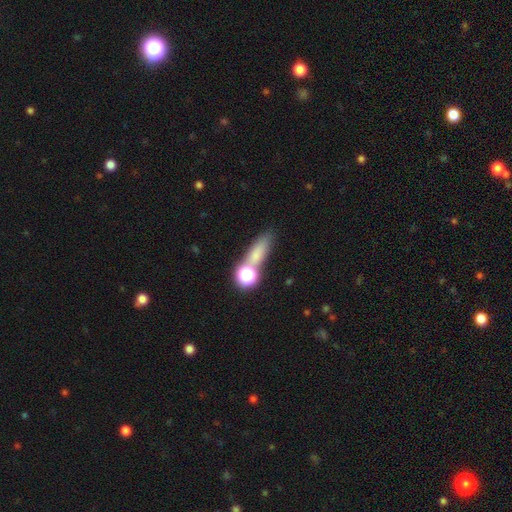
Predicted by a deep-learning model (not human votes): smooth-or-featured: smooth: 68% | star or artifact: 19% | featured or disk: 13%
  how-rounded: in between: 42% | cigar-shaped: 38% | round: 20%
  merging: none: 55% | merger: 24% | minor disturbance: 14% | major disturbance: 7%